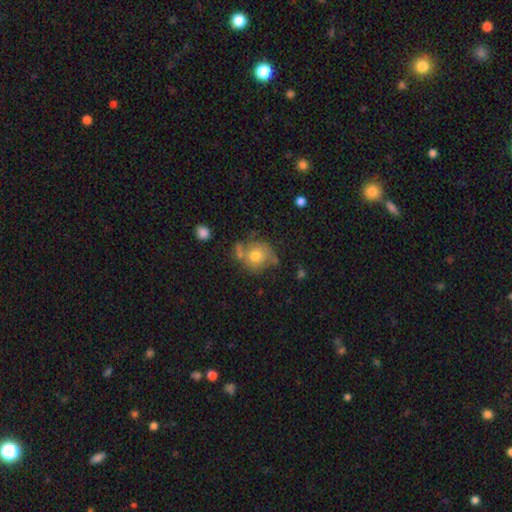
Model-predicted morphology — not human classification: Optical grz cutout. It shows a smooth galaxy with no disk features (59%) that is round (81%). Merging: none (52%).